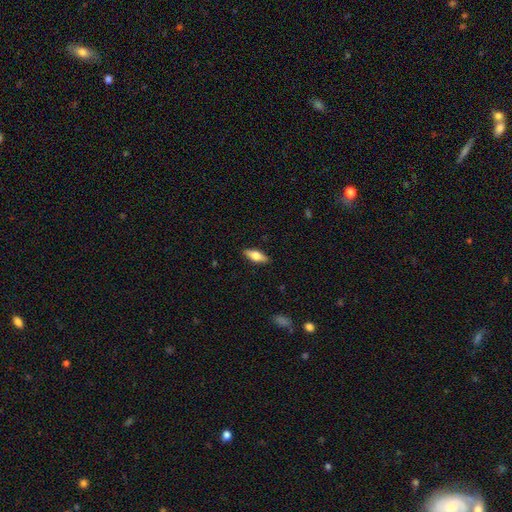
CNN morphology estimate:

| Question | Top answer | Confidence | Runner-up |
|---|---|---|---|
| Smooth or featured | smooth | 61% | featured or disk (33%) |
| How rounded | in between | 65% | cigar-shaped (32%) |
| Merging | none | 89% | minor disturbance (8%) |